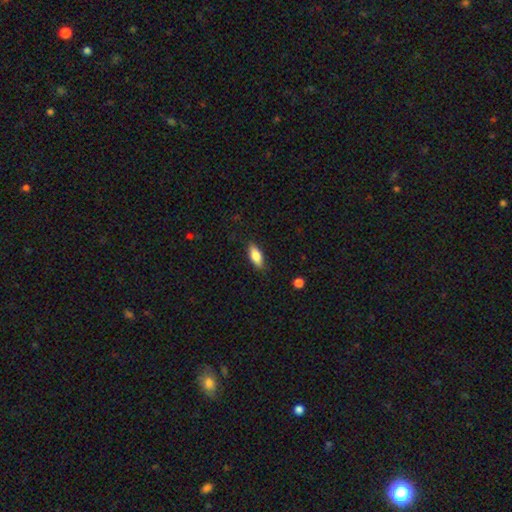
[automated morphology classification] The model was most divided on "how rounded": in between: 79%, cigar-shaped: 18%, round: 3%. More confident: merging — none (85%); smooth or featured — smooth (79%).